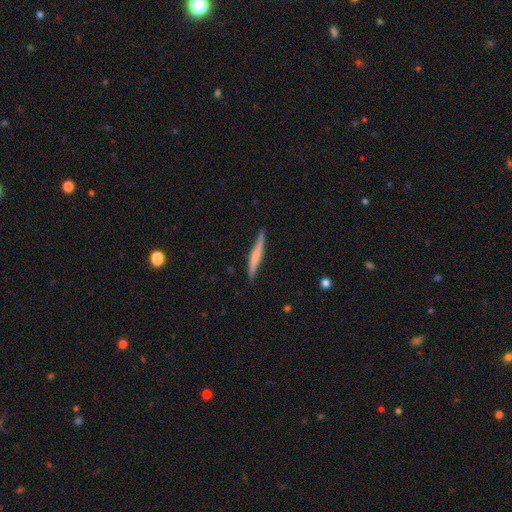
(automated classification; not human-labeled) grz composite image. It shows a smooth galaxy with no disk features (49%). Merging: none (87%).